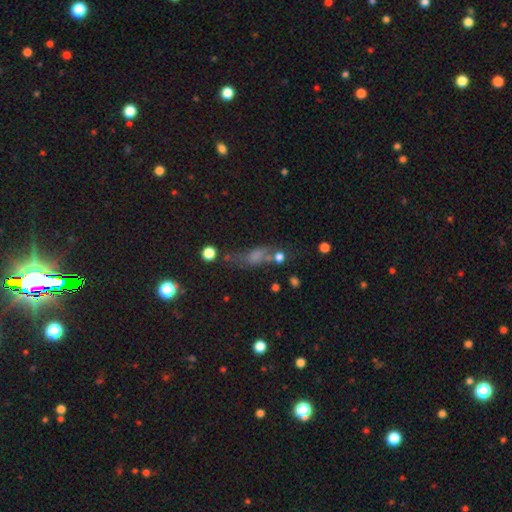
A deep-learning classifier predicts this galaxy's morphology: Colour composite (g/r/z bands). It shows a smooth galaxy with no disk features (50%). Merging: none (53%).